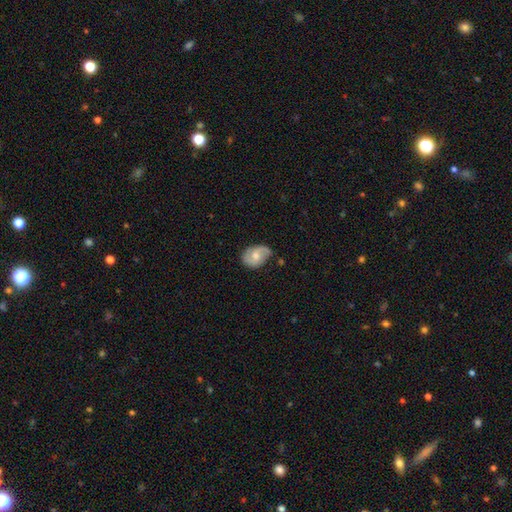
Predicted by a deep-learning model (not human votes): This is possibly a featured or disk galaxy (54%). It is clearly not viewed edge-on (97%). Bar: possibly no (59%). Spiral arm pattern: clearly yes (87%). Central bulge: likely moderate (62%). Merging: possibly none (56%).